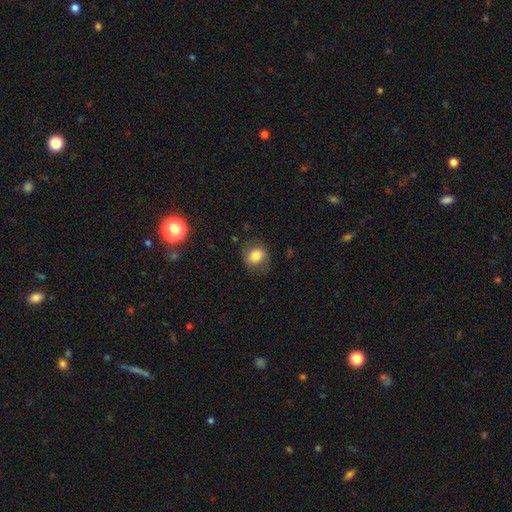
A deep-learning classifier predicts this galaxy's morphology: Smooth or featured: smooth — 75% (featured or disk — 15%)
How rounded: round — 66% (in between — 33%)
Merging: none — 72% (minor disturbance — 18%)